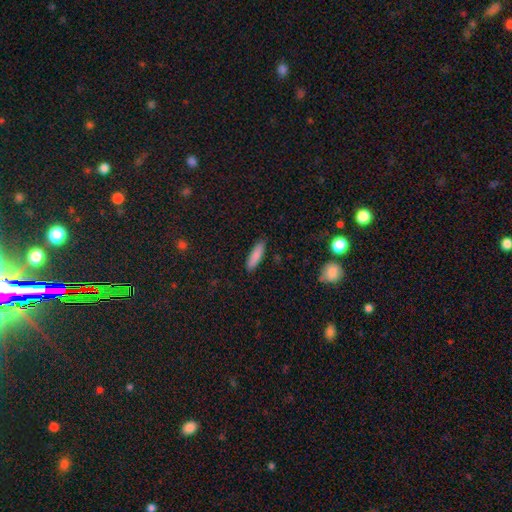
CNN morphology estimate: A smooth galaxy with no disk features (86%) that is cigar-shaped (66%). Merging: none (88%).